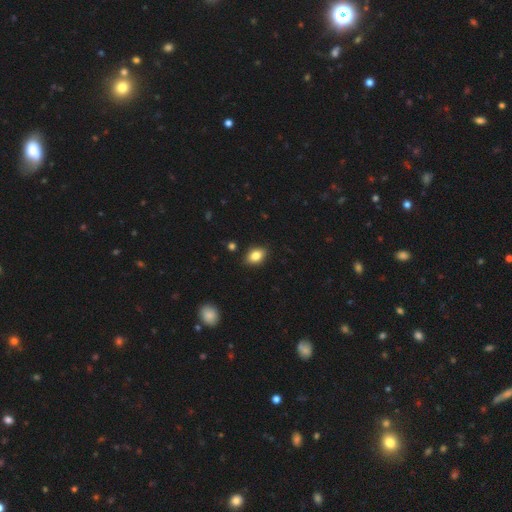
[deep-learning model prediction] Q: Smooth or featured?
A: smooth (84%); runner-up: star or artifact (9%)
Q: How rounded?
A: in between (81%); runner-up: round (17%)
Q: Merging?
A: none (87%); runner-up: minor disturbance (10%)